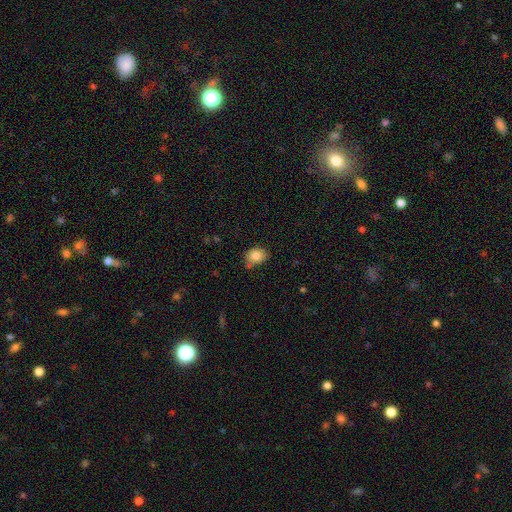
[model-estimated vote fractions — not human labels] This is clearly a smooth galaxy (85%). How rounded: possibly in between (52%). Merging: likely none (67%).